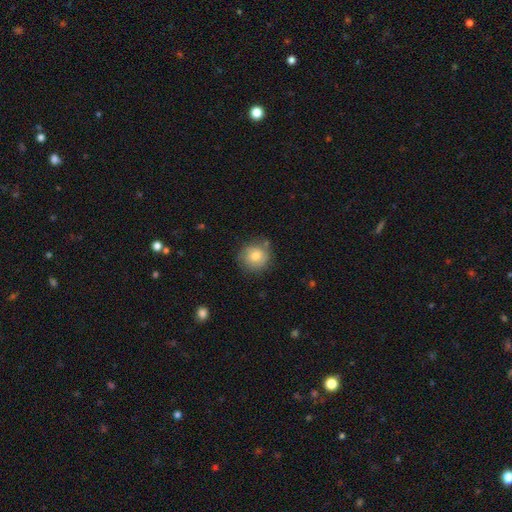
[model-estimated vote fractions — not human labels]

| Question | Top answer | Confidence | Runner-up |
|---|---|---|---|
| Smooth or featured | smooth | 78% | featured or disk (14%) |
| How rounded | round | 91% | in between (8%) |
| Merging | none | 76% | minor disturbance (16%) |